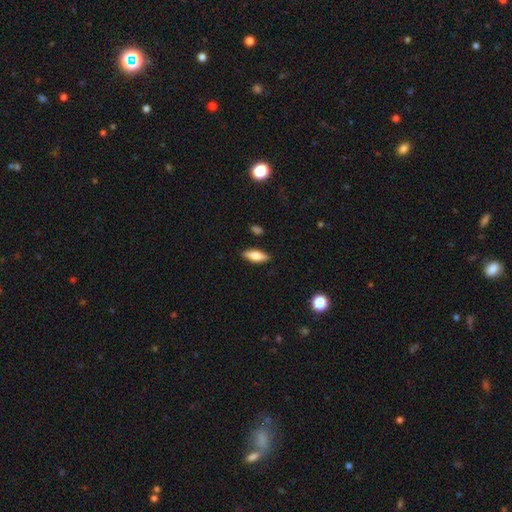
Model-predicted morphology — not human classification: Overall: smooth (76%). How rounded: in between (67%; cigar-shaped 30%). Merging: none (87%).